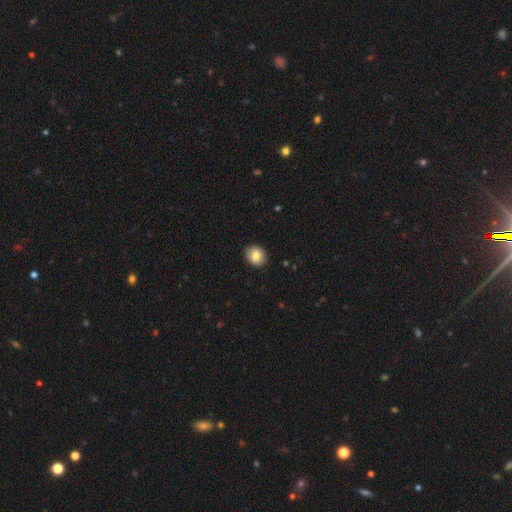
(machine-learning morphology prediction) smooth_or_featured: smooth (p=0.81) [alt: featured or disk p=0.10]
how_rounded: round (p=0.62) [alt: in between p=0.37]
merging: none (p=0.91) [alt: minor disturbance p=0.07]